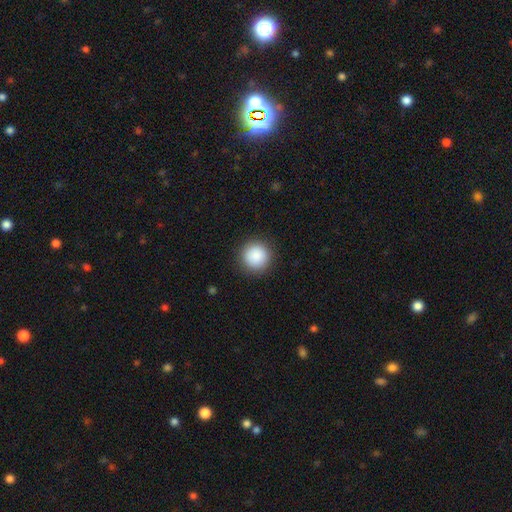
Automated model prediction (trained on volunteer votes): Smooth or featured? smooth (89%)
How rounded? round (95%)
Merging? none (91%)